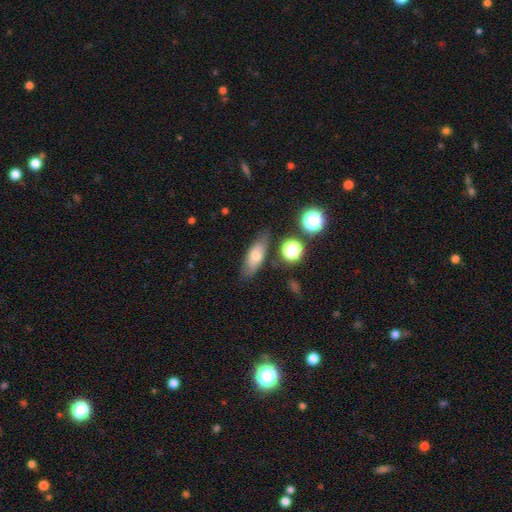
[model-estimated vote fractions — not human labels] smooth_or_featured: smooth (p=0.66) [alt: featured or disk p=0.23]
how_rounded: in between (p=0.68) [alt: cigar-shaped p=0.26]
merging: none (p=0.74) [alt: minor disturbance p=0.17]